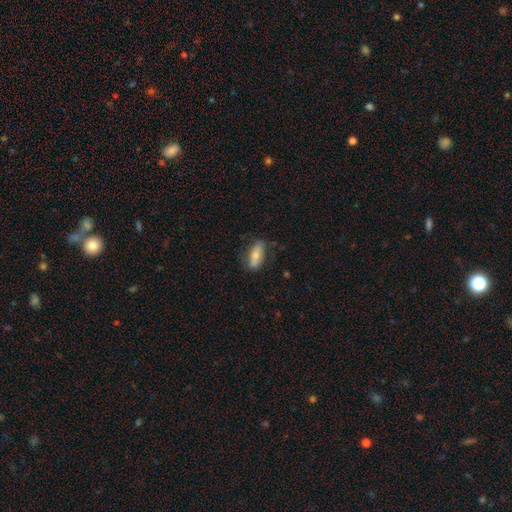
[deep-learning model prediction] smooth_or_featured: smooth (p=0.68) [alt: featured or disk p=0.26]
how_rounded: in between (p=0.72) [alt: cigar-shaped p=0.25]
merging: none (p=0.72) [alt: minor disturbance p=0.20]